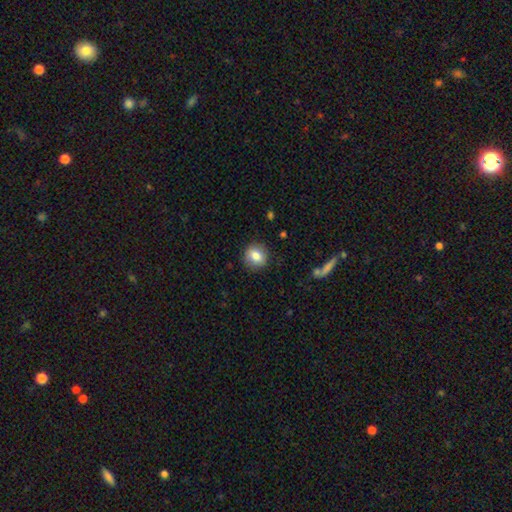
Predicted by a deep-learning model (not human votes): Q: Smooth or featured?
A: smooth (79%); runner-up: featured or disk (12%)
Q: How rounded?
A: round (84%); runner-up: in between (15%)
Q: Merging?
A: none (88%); runner-up: minor disturbance (8%)